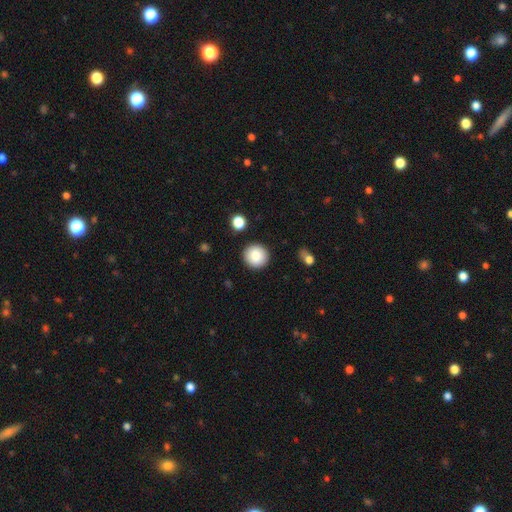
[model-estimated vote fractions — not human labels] smooth_or_featured: smooth (p=0.87) [alt: star or artifact p=0.08]
how_rounded: round (p=0.95) [alt: in between p=0.04]
merging: none (p=0.91) [alt: minor disturbance p=0.06]